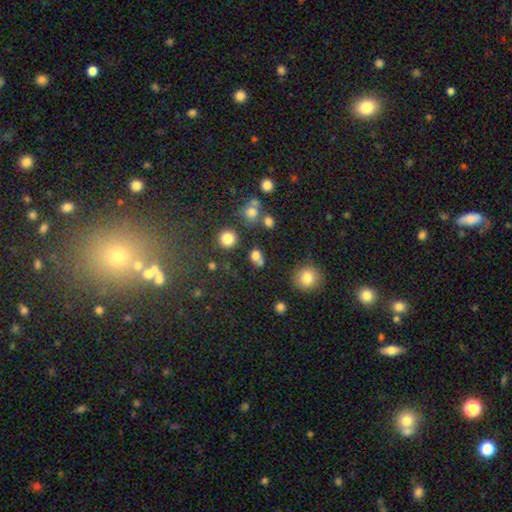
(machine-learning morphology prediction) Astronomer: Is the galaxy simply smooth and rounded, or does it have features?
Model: smooth — 74%.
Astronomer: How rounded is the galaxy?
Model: round — 50% (runner-up: in between, 48%).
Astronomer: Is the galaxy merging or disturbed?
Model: none — 57%.